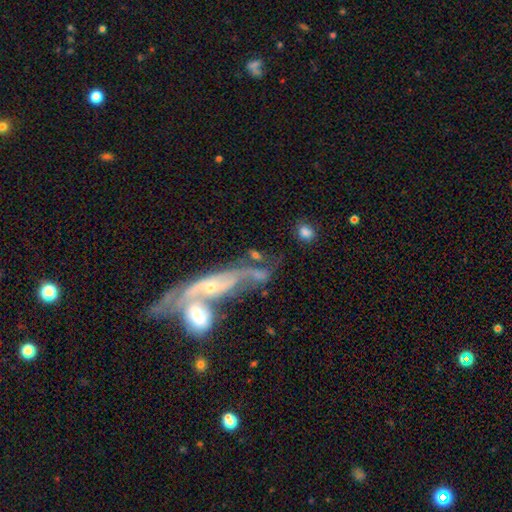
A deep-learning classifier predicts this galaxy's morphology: This is possibly a featured or disk galaxy (47%). Merging: marginally merger (43%).